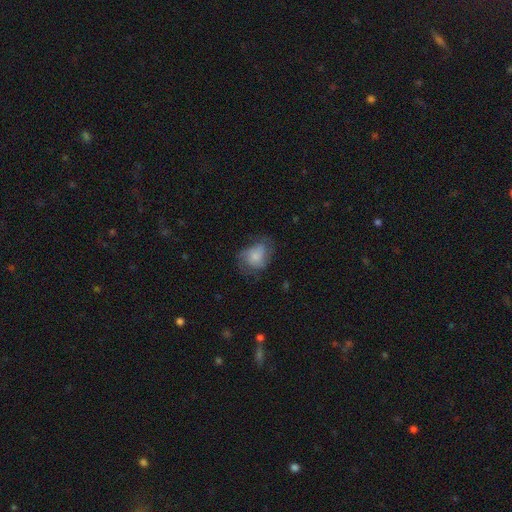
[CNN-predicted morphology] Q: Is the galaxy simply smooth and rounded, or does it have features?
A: smooth — 62%.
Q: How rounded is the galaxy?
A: in between — 58%.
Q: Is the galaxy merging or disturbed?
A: none — 50%.